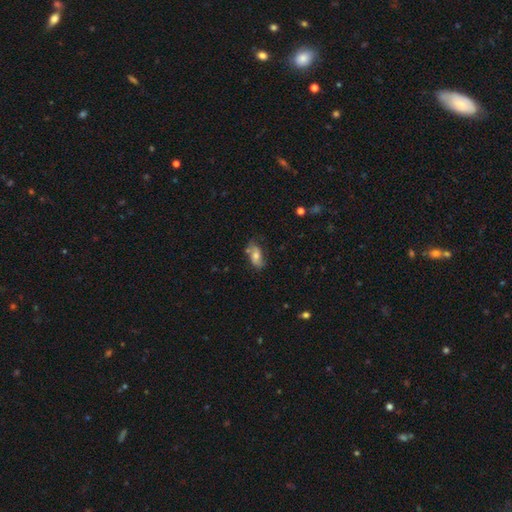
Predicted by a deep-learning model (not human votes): Overall: smooth (48%; featured or disk 42%). Merging: none (63%; minor disturbance 24%).